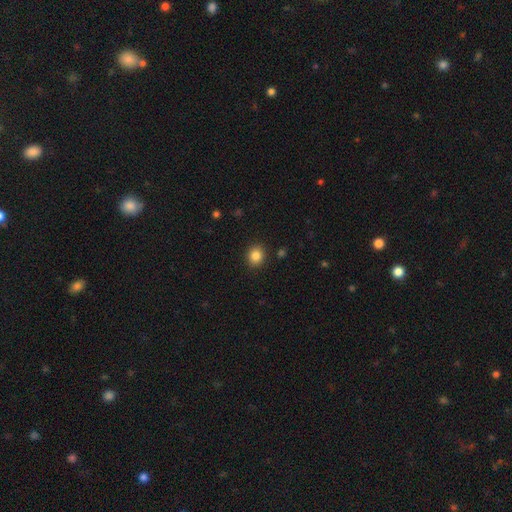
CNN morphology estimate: Overall: smooth (85%). How rounded: round (79%). Merging: none (90%).